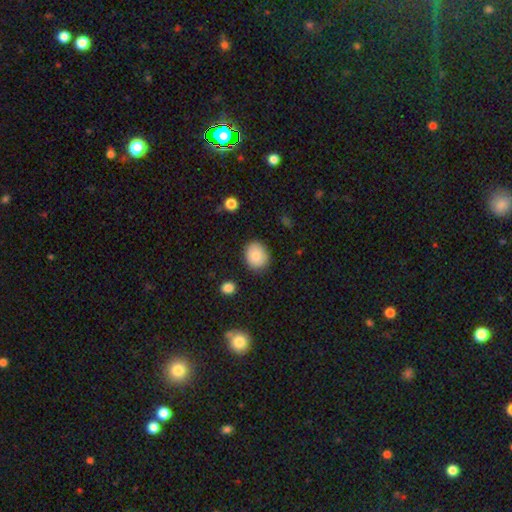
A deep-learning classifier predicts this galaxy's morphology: Q: Smooth or featured?
A: smooth (85%); runner-up: star or artifact (8%)
Q: How rounded?
A: round (55%); runner-up: in between (44%)
Q: Merging?
A: none (85%); runner-up: minor disturbance (11%)